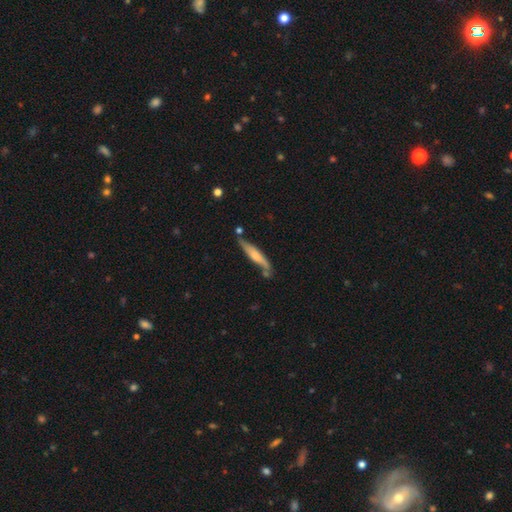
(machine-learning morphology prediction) smooth_or_featured: smooth (p=0.49) [alt: featured or disk p=0.45]
merging: none (p=0.62) [alt: minor disturbance p=0.21]